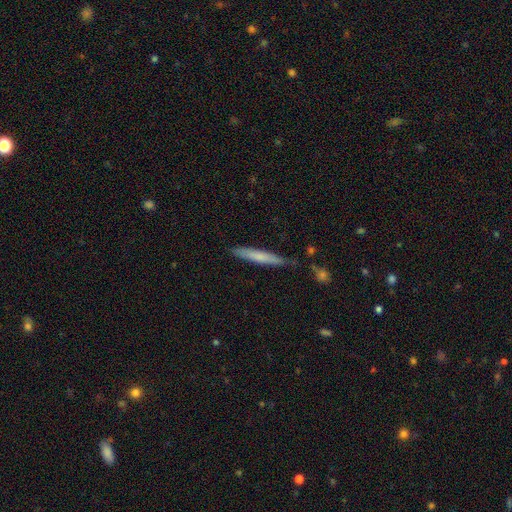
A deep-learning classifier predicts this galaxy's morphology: smooth-or-featured: smooth: 55% | featured or disk: 37% | star or artifact: 7%
  how-rounded: cigar-shaped: 95% | in between: 4% | round: 1%
  merging: none: 83% | minor disturbance: 12% | merger: 3% | major disturbance: 2%